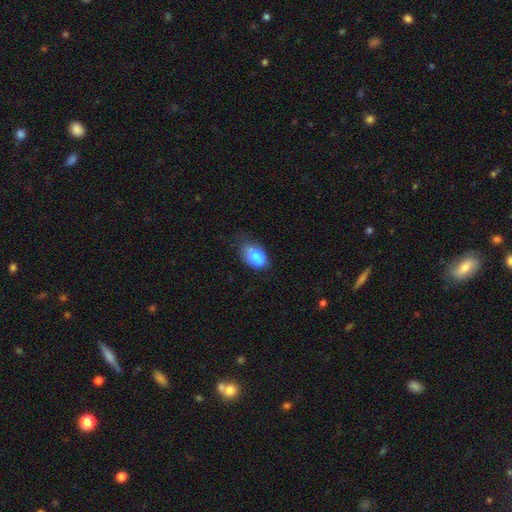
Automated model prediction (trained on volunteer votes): Q: Smooth or featured?
A: smooth (75%); runner-up: featured or disk (17%)
Q: How rounded?
A: in between (85%); runner-up: round (13%)
Q: Merging?
A: none (48%); runner-up: minor disturbance (37%)